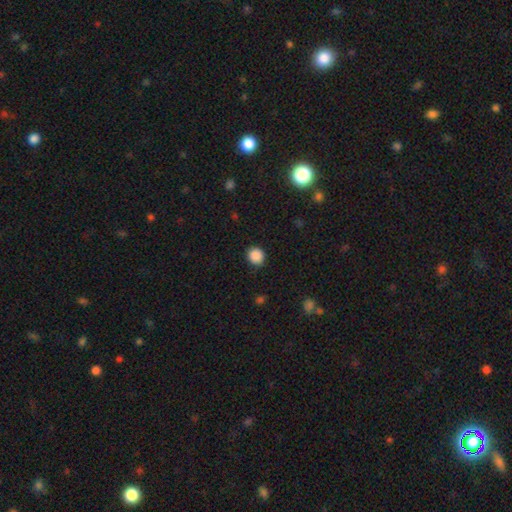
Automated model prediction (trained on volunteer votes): This is clearly a smooth galaxy (88%). How rounded: clearly round (87%). Merging: clearly none (89%).